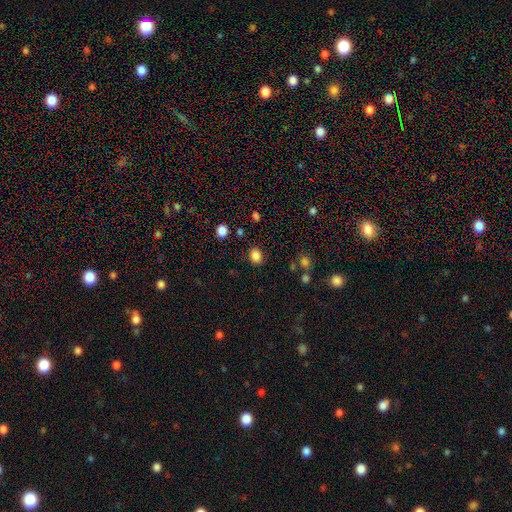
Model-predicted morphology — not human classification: This appears to be a smooth galaxy with no disk features (85%) that is round (55%). Merging: none (85%).